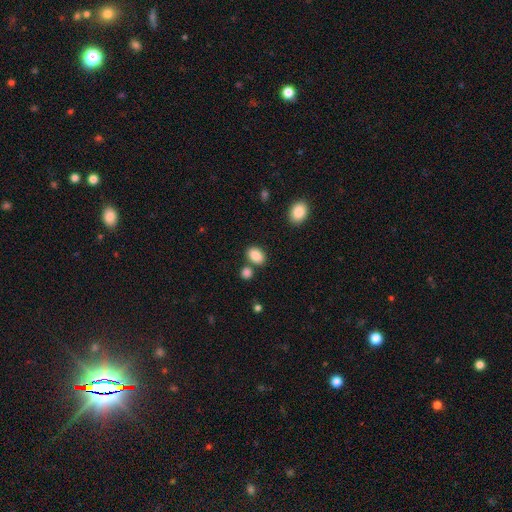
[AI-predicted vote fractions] The model was most divided on "merging": none: 72%, merger: 14%, minor disturbance: 11%, major disturbance: 3%. More confident: smooth or featured — smooth (87%); how rounded — in between (80%).